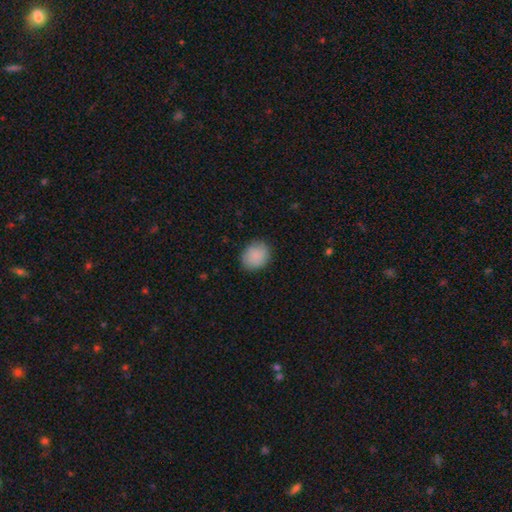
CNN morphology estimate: Q: Smooth or featured?
A: smooth (88%); runner-up: star or artifact (7%)
Q: How rounded?
A: round (61%); runner-up: in between (38%)
Q: Merging?
A: none (85%); runner-up: minor disturbance (11%)